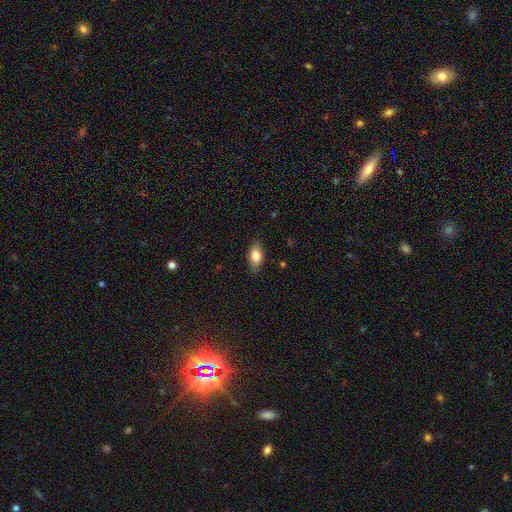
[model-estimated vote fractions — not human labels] Q: Smooth or featured?
A: smooth (77%); runner-up: featured or disk (15%)
Q: How rounded?
A: in between (87%); runner-up: cigar-shaped (8%)
Q: Merging?
A: none (82%); runner-up: minor disturbance (14%)